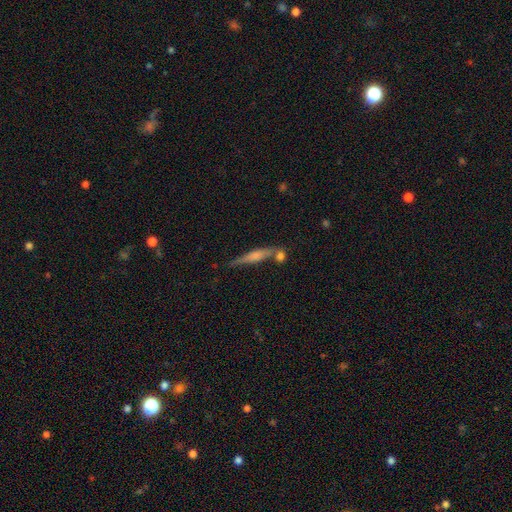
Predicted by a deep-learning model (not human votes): Smooth or featured?
  - featured or disk: 50% *
  - smooth: 42%
  - star or artifact: 8%
Edge-on disk?
  - yes: 93% *
  - no: 7%
Merging?
  - none: 63% *
  - merger: 18%
  - minor disturbance: 15%
  - major disturbance: 5%